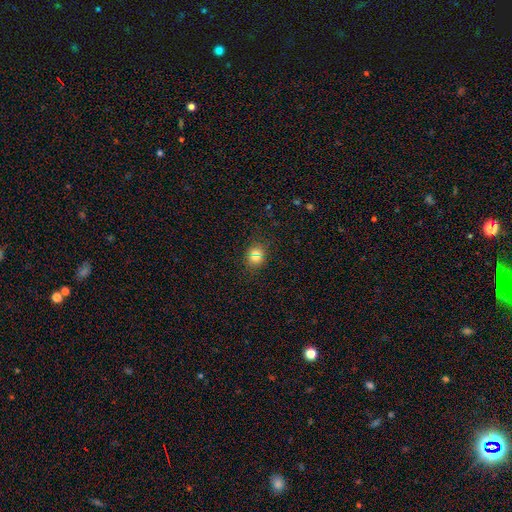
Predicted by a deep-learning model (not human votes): A smooth galaxy with no disk features (69%) that is round (72%).

Vote fractions:
- Smooth or featured? smooth: 69% / star or artifact: 22% / featured or disk: 9%
- How rounded? round: 72% / in between: 26% / cigar-shaped: 2%
- Merging? none: 82% / minor disturbance: 9% / merger: 6% / major disturbance: 3%